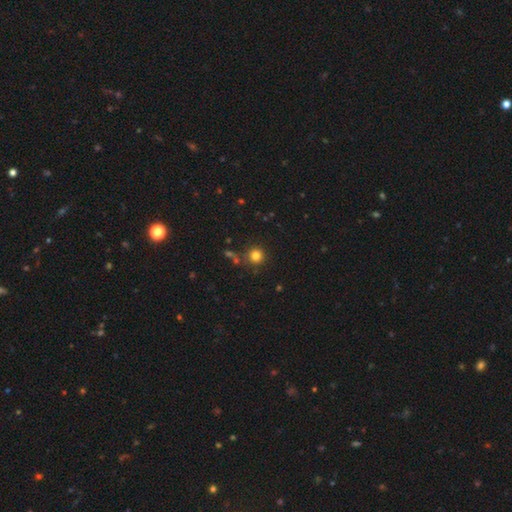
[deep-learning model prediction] A smooth galaxy with no disk features (80%) that is round (94%). Merging: none (82%).